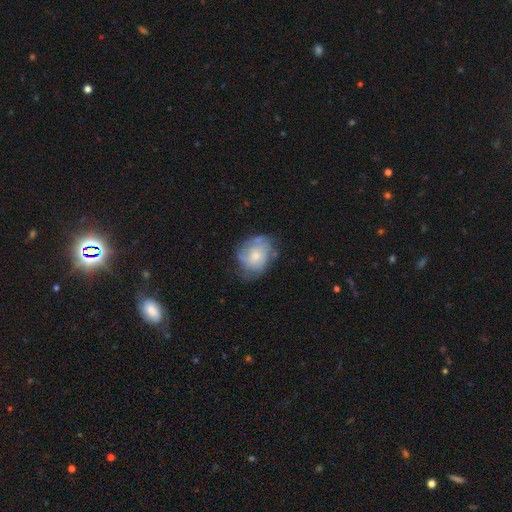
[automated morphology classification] A featured or disk galaxy (50%).

Vote fractions:
- Smooth or featured? featured or disk: 50% / smooth: 43% / star or artifact: 8%
- Merging? none: 58% / minor disturbance: 27% / major disturbance: 12% / merger: 2%